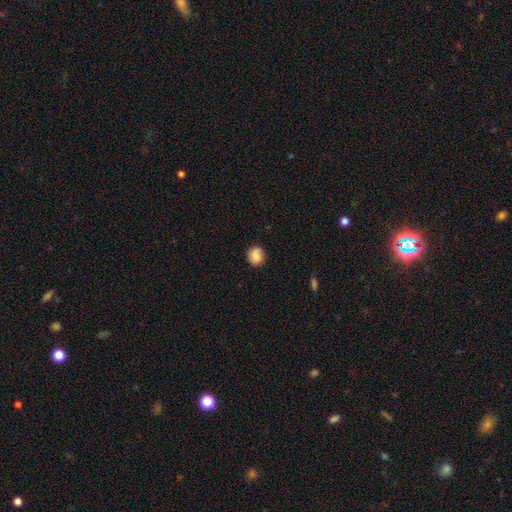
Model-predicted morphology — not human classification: A smooth galaxy with no disk features (79%) that is round (83%). Merging: none (85%).